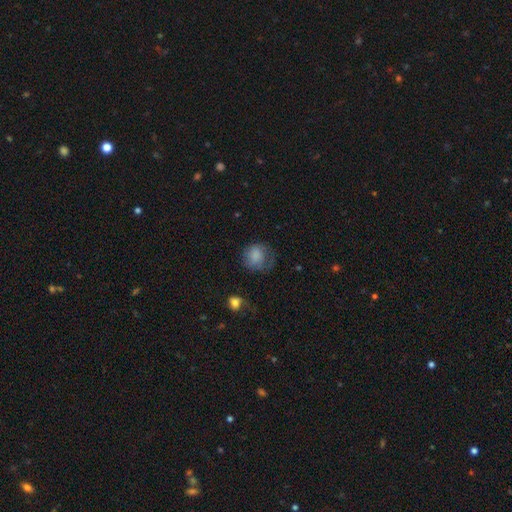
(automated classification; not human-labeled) Q: Smooth or featured?
A: smooth (79%); runner-up: featured or disk (13%)
Q: How rounded?
A: round (78%); runner-up: in between (21%)
Q: Merging?
A: none (46%); runner-up: minor disturbance (29%)